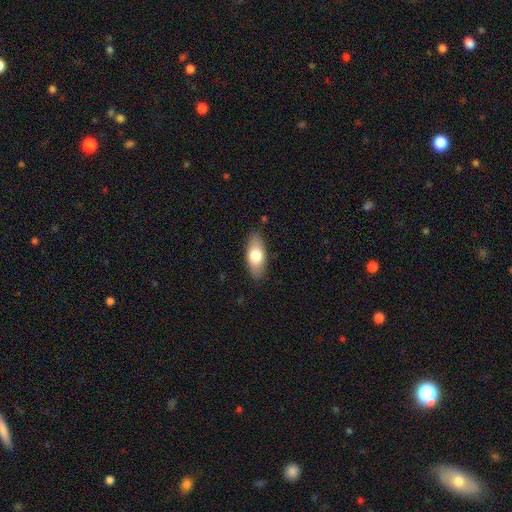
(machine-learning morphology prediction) This is likely a smooth galaxy (74%). How rounded: clearly in between (85%). Merging: clearly none (85%).